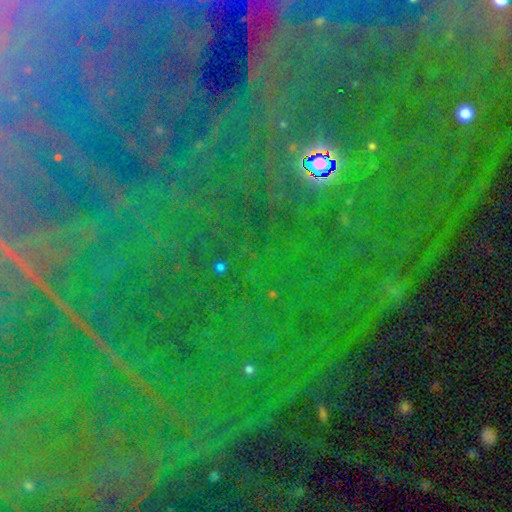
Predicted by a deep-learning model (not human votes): smooth-or-featured: star or artifact: 83% | featured or disk: 9% | smooth: 8%